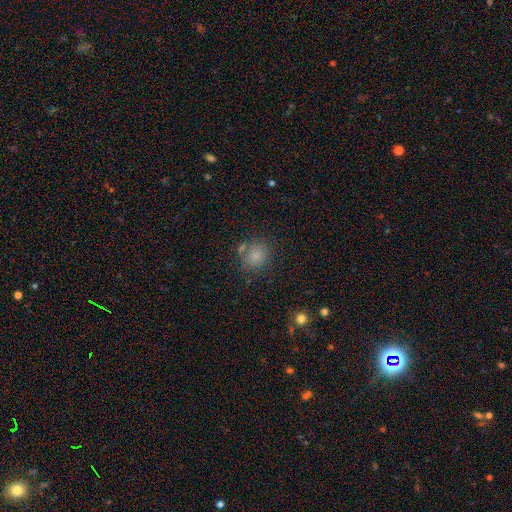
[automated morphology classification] Smooth or featured: smooth — 81% (star or artifact — 12%)
How rounded: round — 80% (in between — 19%)
Merging: none — 70% (minor disturbance — 14%)